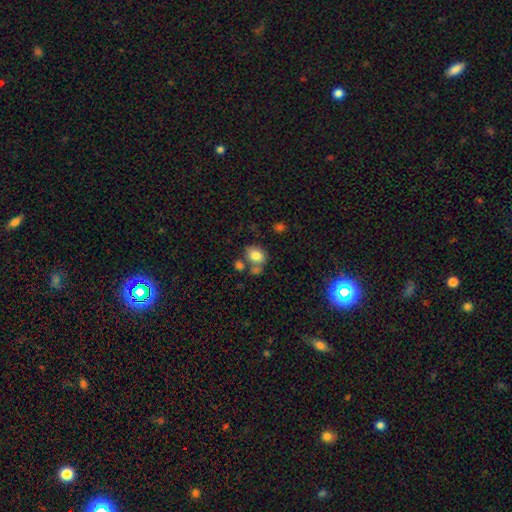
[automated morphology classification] Q: Smooth or featured?
A: smooth (79%); runner-up: featured or disk (11%)
Q: How rounded?
A: in between (58%); runner-up: round (41%)
Q: Merging?
A: none (51%); runner-up: merger (25%)